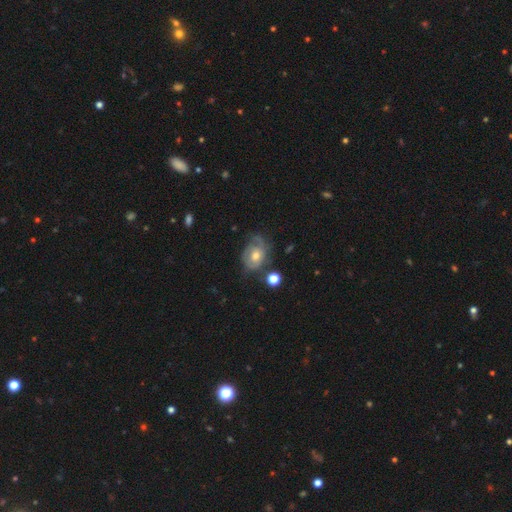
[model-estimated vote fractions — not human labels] Smooth or featured? Predicted: featured or disk (p=0.62). Edge-on disk? Predicted: no (p=0.96). Bar? Predicted: no (p=0.77). Spiral arms? Predicted: yes (p=0.75). Bulge size? Predicted: moderate (p=0.66). Merging? Predicted: none (p=0.51).